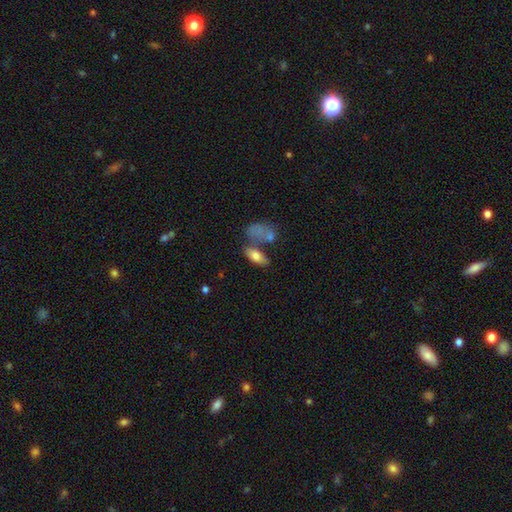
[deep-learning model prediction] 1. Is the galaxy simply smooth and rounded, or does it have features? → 72% smooth, 21% featured or disk, 7% star or artifact.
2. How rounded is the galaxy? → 81% in between, 15% cigar-shaped, 4% round.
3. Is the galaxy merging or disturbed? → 51% none, 25% merger, 16% minor disturbance, 9% major disturbance.